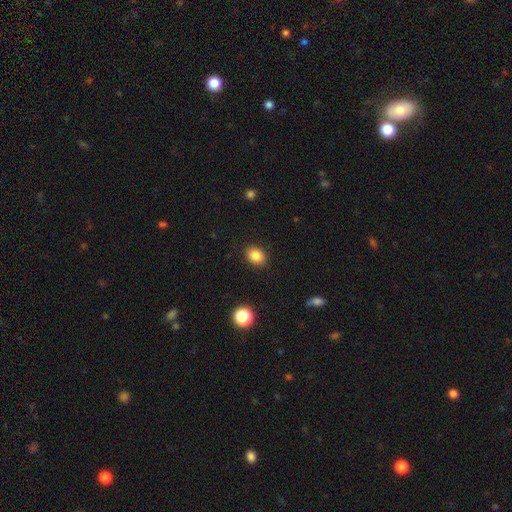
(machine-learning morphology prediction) Smooth or featured?
  - smooth: 84% *
  - star or artifact: 10%
  - featured or disk: 5%
How rounded?
  - in between: 51% *
  - round: 48%
  - cigar-shaped: 1%
Merging?
  - none: 89% *
  - minor disturbance: 7%
  - major disturbance: 2%
  - merger: 1%